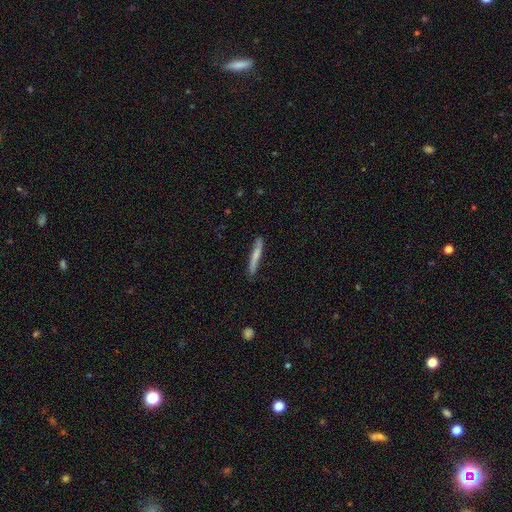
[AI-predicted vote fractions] Morphology: type=smooth (66%); roundness=cigar-shaped (96%); merging=none (84%).